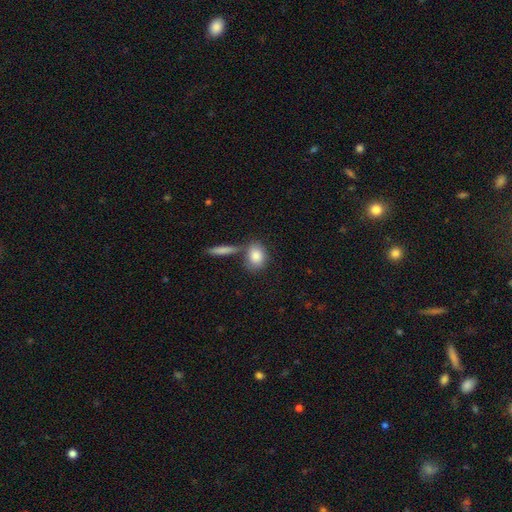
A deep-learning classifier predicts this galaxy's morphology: Q: Smooth or featured?
A: smooth (84%); runner-up: featured or disk (9%)
Q: How rounded?
A: in between (60%); runner-up: round (36%)
Q: Merging?
A: none (58%); runner-up: merger (24%)